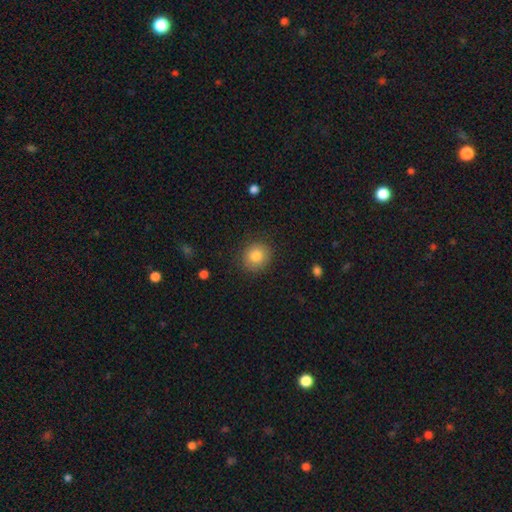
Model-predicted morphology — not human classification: smooth 83%, star or artifact 9%, featured or disk 8%. Down the decision tree: how rounded — round (83%); merging — none (86%).